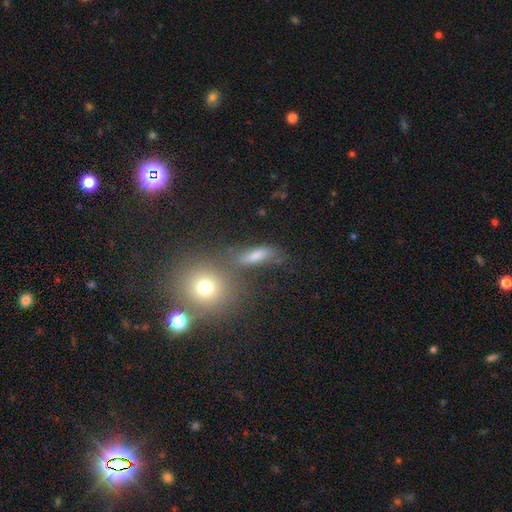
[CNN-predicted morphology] type=smooth (44%); merging=none (60%).